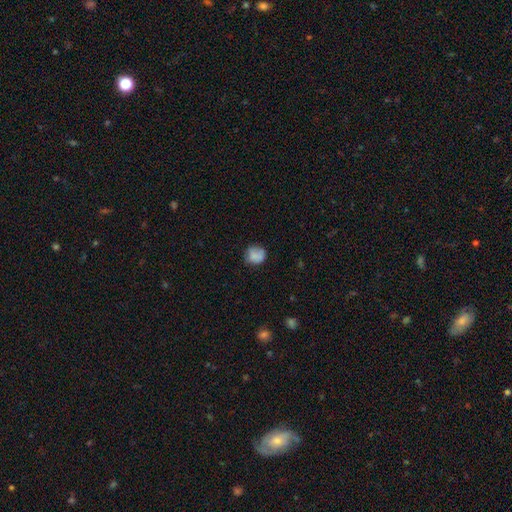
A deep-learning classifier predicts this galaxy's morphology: This appears to be a smooth galaxy with no disk features (76%) that is round (79%). Merging: none (65%).